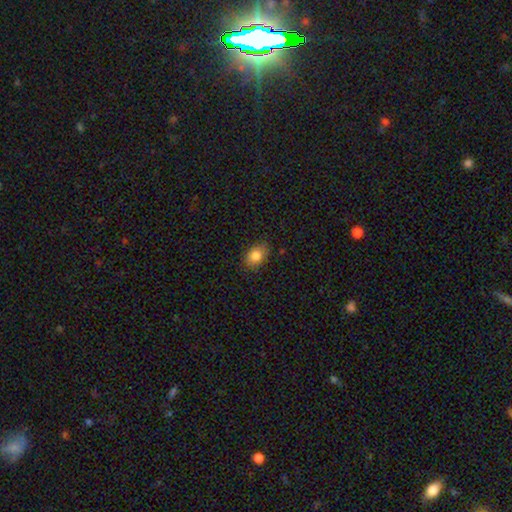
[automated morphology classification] A smooth galaxy with no disk features (83%) that is in between round and cigar-shaped (75%). Merging: none (80%).